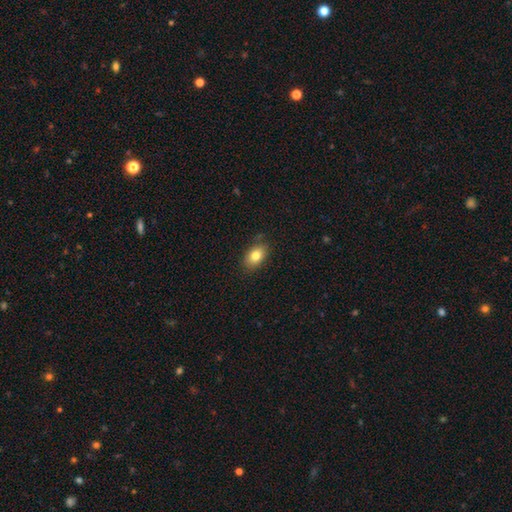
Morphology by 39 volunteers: This appears to be a smooth galaxy with no disk features (82%) that is in between round and cigar-shaped (91%). Merging: none (73%).